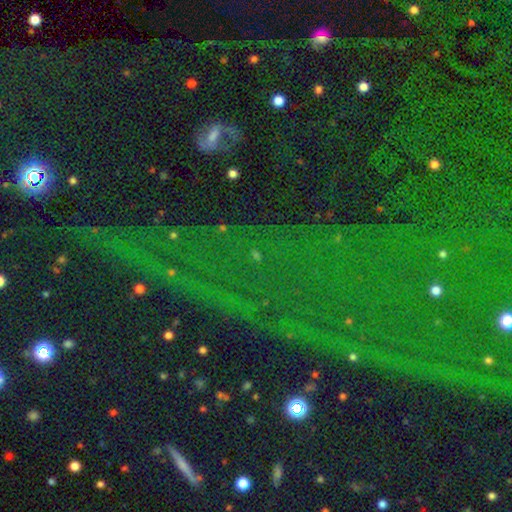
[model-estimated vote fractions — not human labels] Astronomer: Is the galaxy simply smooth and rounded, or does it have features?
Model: star or artifact — 83%.